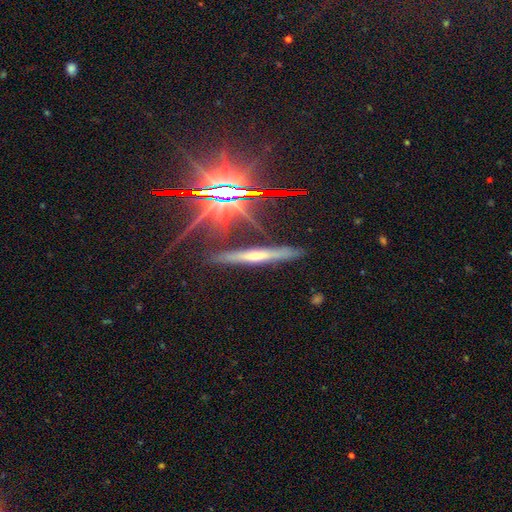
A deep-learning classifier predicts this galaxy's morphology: Smooth or featured: featured or disk — 55% (star or artifact — 24%)
Edge-on disk: yes — 93% (no — 7%)
Edge-on bulge: rounded — 71% (none — 22%)
Merging: none — 80% (minor disturbance — 14%)